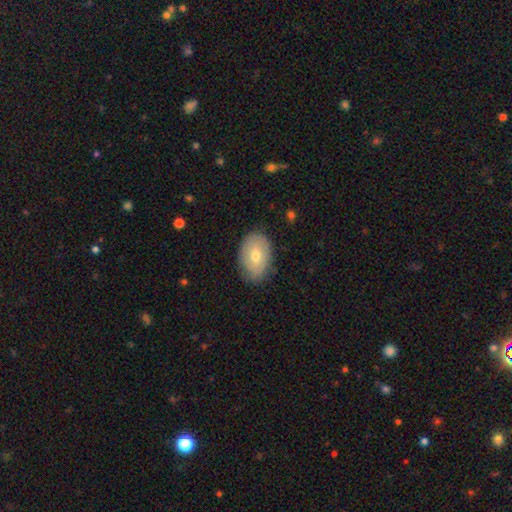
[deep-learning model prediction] smooth 65%, featured or disk 29%, star or artifact 6%. Down the decision tree: how rounded — in between (85%); merging — none (78%).